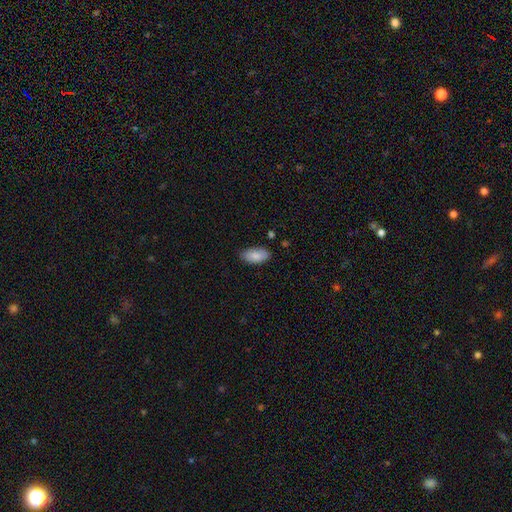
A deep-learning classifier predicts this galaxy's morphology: This appears to be a smooth galaxy with no disk features (85%) that is in between round and cigar-shaped (93%). Merging: none (80%).